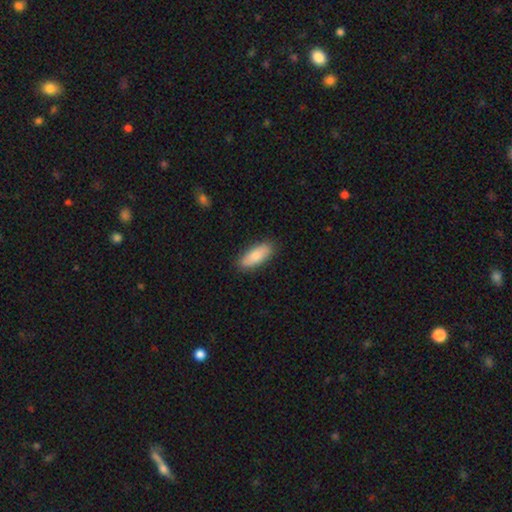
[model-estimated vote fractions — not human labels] Q: Smooth or featured?
A: smooth (79%); runner-up: featured or disk (15%)
Q: How rounded?
A: in between (76%); runner-up: cigar-shaped (22%)
Q: Merging?
A: none (86%); runner-up: minor disturbance (11%)